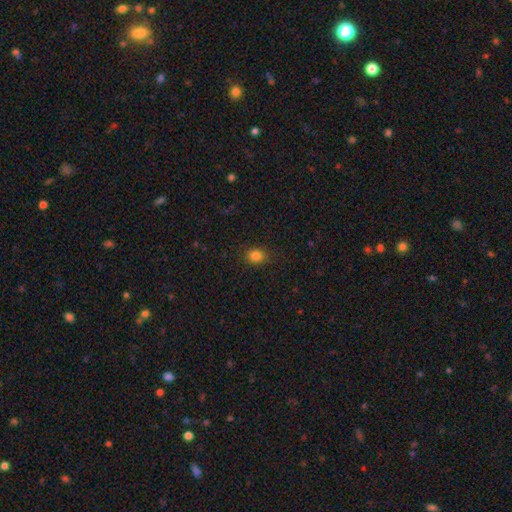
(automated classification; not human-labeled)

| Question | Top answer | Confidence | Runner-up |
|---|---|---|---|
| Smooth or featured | smooth | 84% | star or artifact (12%) |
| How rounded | round | 55% | in between (44%) |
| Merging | none | 86% | minor disturbance (10%) |